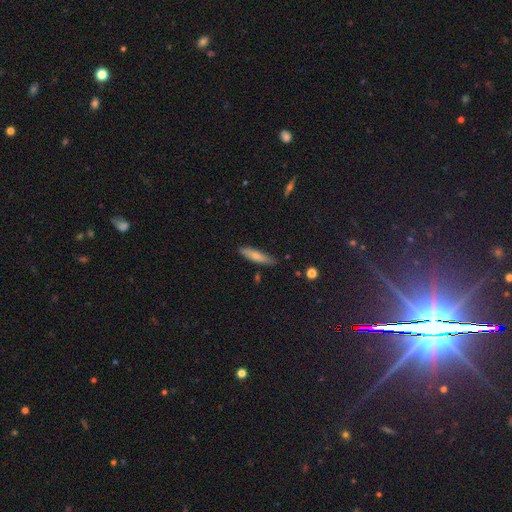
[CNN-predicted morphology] type=smooth (70%); roundness=cigar-shaped (77%); merging=none (80%).